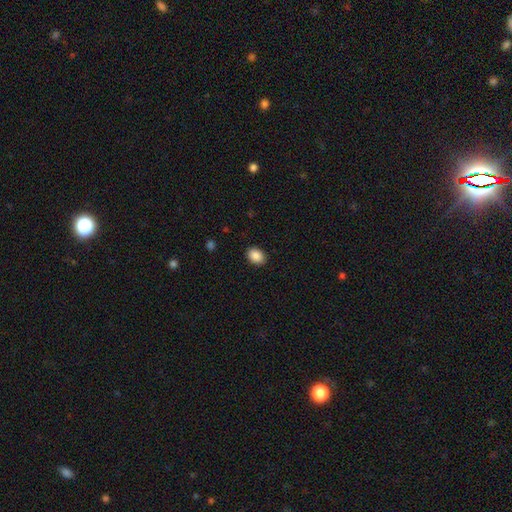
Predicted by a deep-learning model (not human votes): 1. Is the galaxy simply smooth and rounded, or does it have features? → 89% smooth, 8% star or artifact, 4% featured or disk.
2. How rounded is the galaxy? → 74% in between, 25% round, 1% cigar-shaped.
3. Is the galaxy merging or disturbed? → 90% none, 7% minor disturbance, 2% major disturbance, 1% merger.